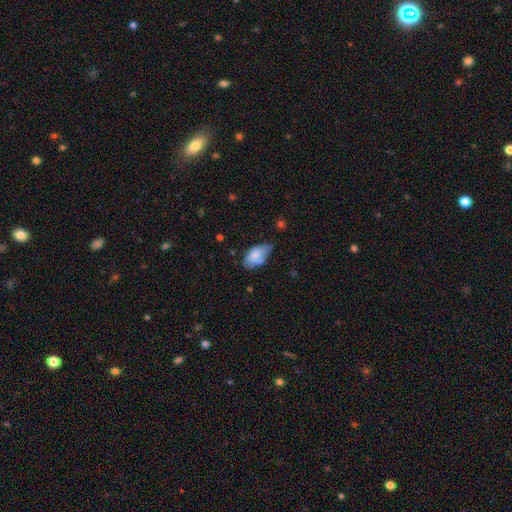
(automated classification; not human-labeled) Morphology: type=smooth (79%); roundness=in between (94%); merging=none (48%).